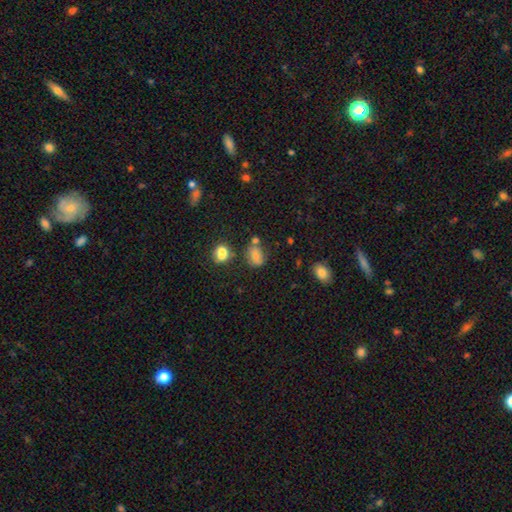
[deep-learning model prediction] Q: Smooth or featured?
A: smooth (73%); runner-up: star or artifact (15%)
Q: How rounded?
A: in between (71%); runner-up: round (27%)
Q: Merging?
A: none (58%); runner-up: minor disturbance (20%)